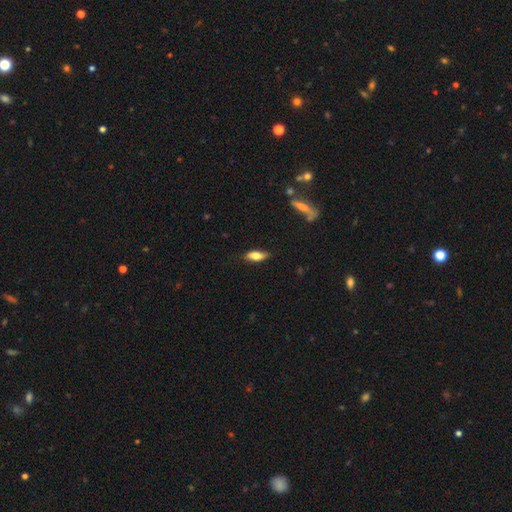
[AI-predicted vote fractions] Q: Smooth or featured?
A: smooth (70%); runner-up: featured or disk (23%)
Q: How rounded?
A: in between (68%); runner-up: cigar-shaped (29%)
Q: Merging?
A: none (80%); runner-up: minor disturbance (16%)